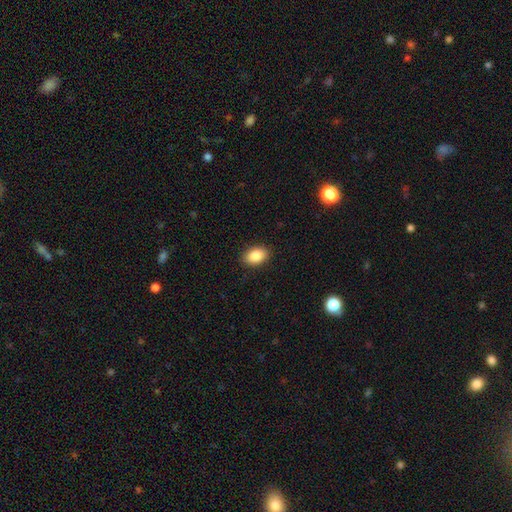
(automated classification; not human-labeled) A smooth galaxy with no disk features (88%) that is in between round and cigar-shaped (86%).

Vote fractions:
- Smooth or featured? smooth: 88% / star or artifact: 8% / featured or disk: 5%
- How rounded? in between: 86% / round: 13% / cigar-shaped: 1%
- Merging? none: 89% / minor disturbance: 8% / major disturbance: 2% / merger: 1%